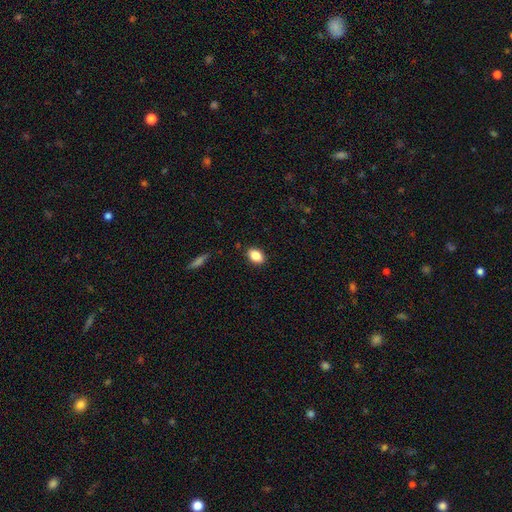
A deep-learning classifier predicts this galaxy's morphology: A smooth galaxy with no disk features (86%) that is in between round and cigar-shaped (81%).

Vote fractions:
- Smooth or featured? smooth: 86% / star or artifact: 8% / featured or disk: 5%
- How rounded? in between: 81% / round: 17% / cigar-shaped: 2%
- Merging? none: 87% / minor disturbance: 9% / major disturbance: 2% / merger: 1%